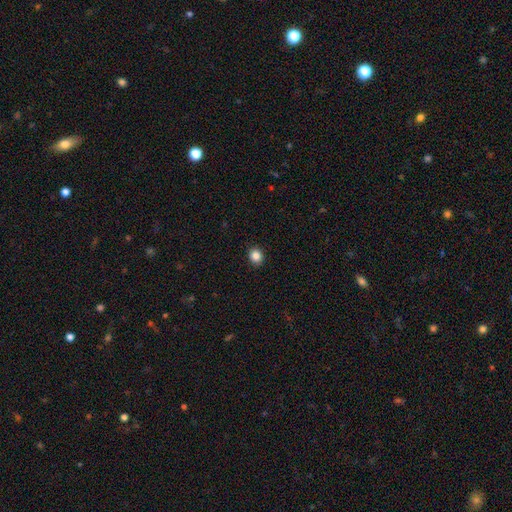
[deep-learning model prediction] A smooth galaxy with no disk features (86%) that is round (74%).

Vote fractions:
- Smooth or featured? smooth: 86% / star or artifact: 10% / featured or disk: 4%
- How rounded? round: 74% / in between: 25% / cigar-shaped: 1%
- Merging? none: 91% / minor disturbance: 6% / major disturbance: 2% / merger: 1%